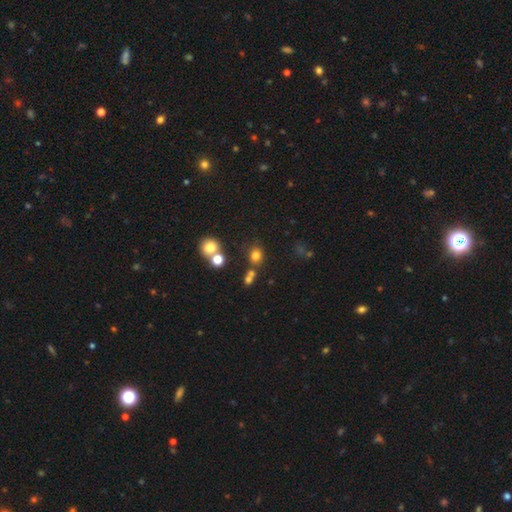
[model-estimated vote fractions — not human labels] Smooth or featured?
  - smooth: 75% *
  - star or artifact: 17%
  - featured or disk: 8%
How rounded?
  - round: 72% *
  - in between: 27%
  - cigar-shaped: 1%
Merging?
  - none: 66% *
  - merger: 18%
  - minor disturbance: 11%
  - major disturbance: 5%